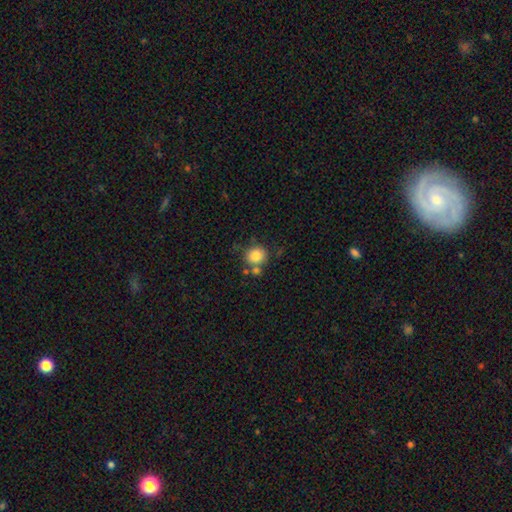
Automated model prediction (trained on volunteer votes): A smooth galaxy with no disk features (82%) that is round (84%).

Vote fractions:
- Smooth or featured? smooth: 82% / star or artifact: 10% / featured or disk: 8%
- How rounded? round: 84% / in between: 15% / cigar-shaped: 1%
- Merging? none: 66% / merger: 17% / minor disturbance: 13% / major disturbance: 4%